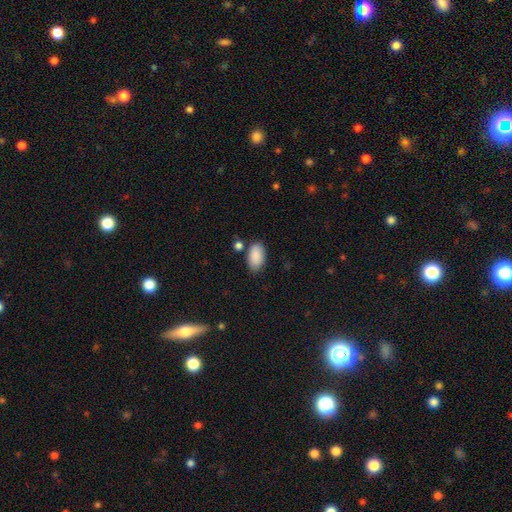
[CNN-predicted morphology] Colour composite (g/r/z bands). It shows a smooth galaxy with no disk features (89%) that is in between round and cigar-shaped (95%). Merging: none (76%).